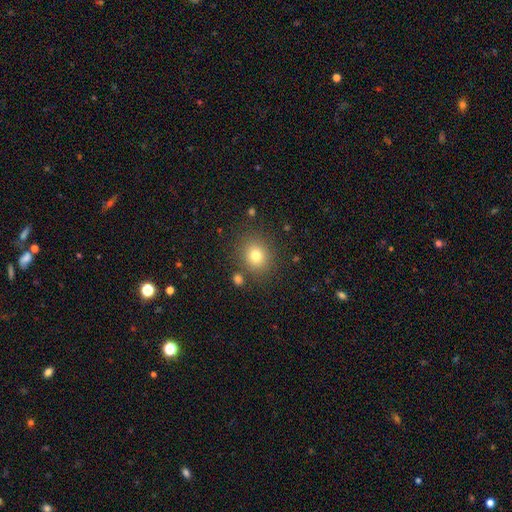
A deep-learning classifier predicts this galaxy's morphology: smooth-or-featured: smooth: 77% | star or artifact: 14% | featured or disk: 9%
  how-rounded: round: 79% | in between: 20% | cigar-shaped: 1%
  merging: none: 82% | minor disturbance: 9% | merger: 5% | major disturbance: 4%